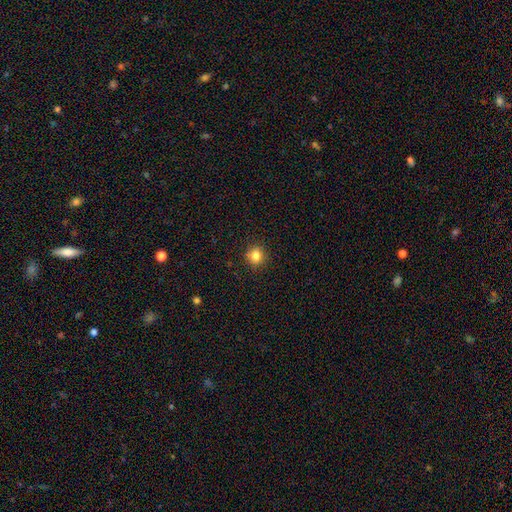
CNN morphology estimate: This is clearly a smooth galaxy (81%). How rounded: clearly round (87%). Merging: clearly none (86%).